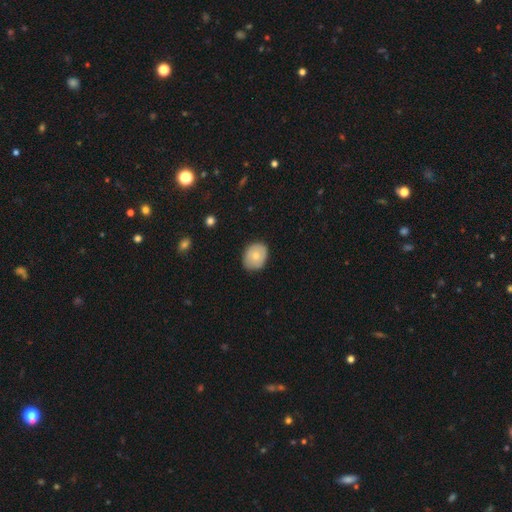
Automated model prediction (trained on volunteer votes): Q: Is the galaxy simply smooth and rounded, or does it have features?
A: smooth — 71%.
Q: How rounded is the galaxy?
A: in between — 52%.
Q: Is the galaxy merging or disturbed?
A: none — 79%.